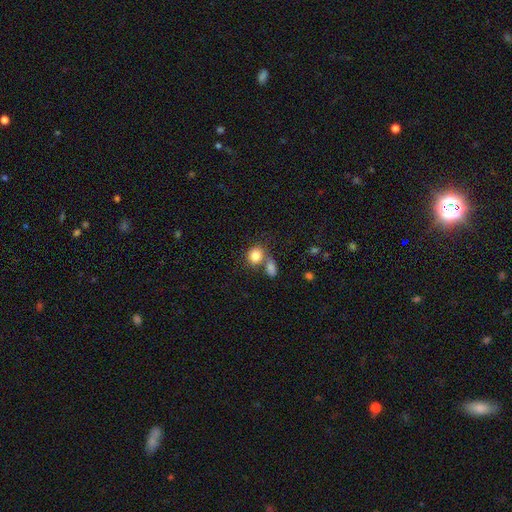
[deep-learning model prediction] smooth_or_featured: smooth (p=0.83) [alt: star or artifact p=0.09]
how_rounded: round (p=0.67) [alt: in between p=0.32]
merging: none (p=0.51) [alt: merger p=0.33]